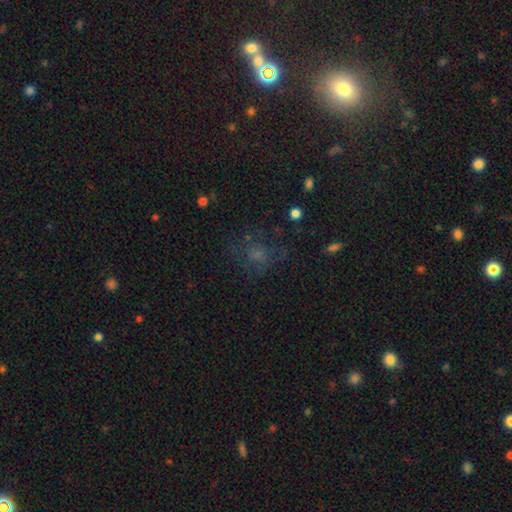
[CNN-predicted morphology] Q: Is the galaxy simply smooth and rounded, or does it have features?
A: smooth — 45%.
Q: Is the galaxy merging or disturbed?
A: none — 61%.